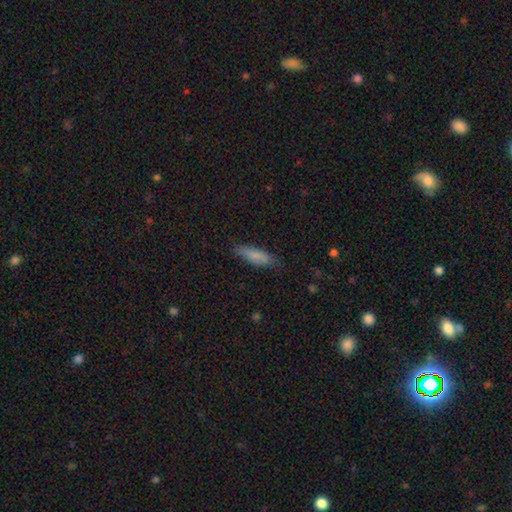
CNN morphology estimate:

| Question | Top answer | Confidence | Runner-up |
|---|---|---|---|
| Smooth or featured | smooth | 80% | featured or disk (13%) |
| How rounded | cigar-shaped | 58% | in between (40%) |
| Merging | none | 76% | minor disturbance (18%) |